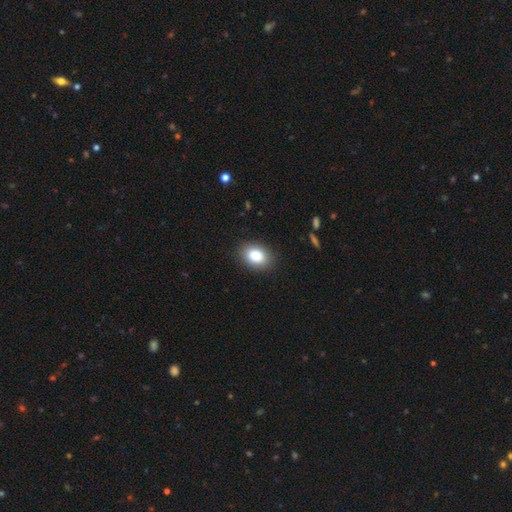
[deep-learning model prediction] Morphology: type=smooth (87%); roundness=in between (77%); merging=none (86%).